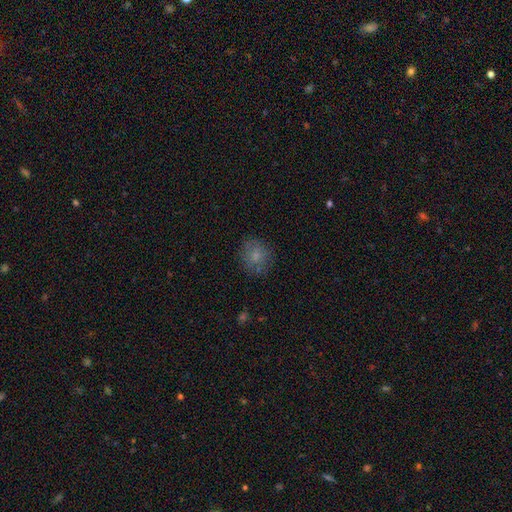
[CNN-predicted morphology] smooth 77%, featured or disk 13%, star or artifact 11%. Down the decision tree: how rounded — round (80%); merging — none (78%).